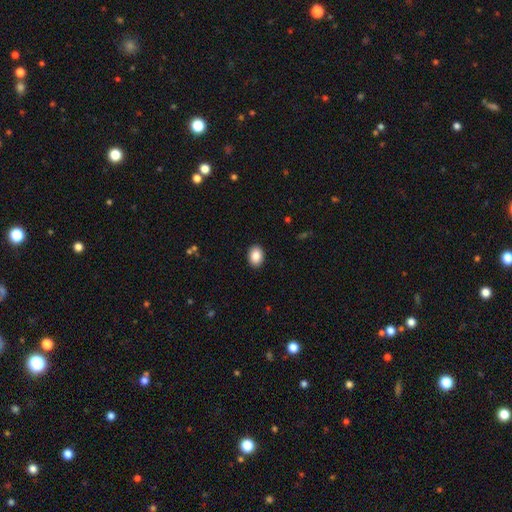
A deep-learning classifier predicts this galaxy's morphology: smooth-or-featured: smooth: 87% | star or artifact: 7% | featured or disk: 5%
  how-rounded: in between: 74% | round: 25% | cigar-shaped: 1%
  merging: none: 91% | minor disturbance: 6% | major disturbance: 2% | merger: 1%